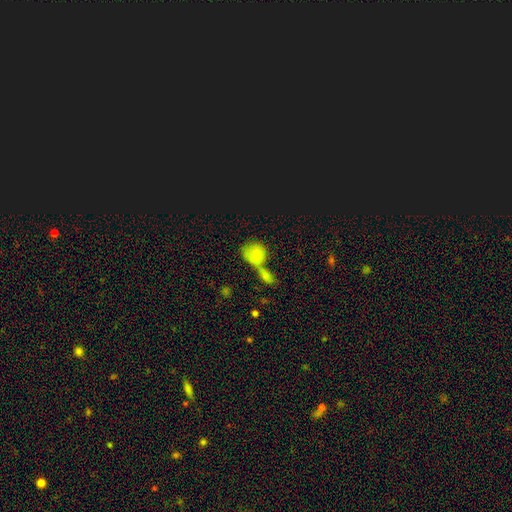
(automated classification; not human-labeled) A smooth galaxy with no disk features (75%) that is round (66%). Merging: merger (55%).